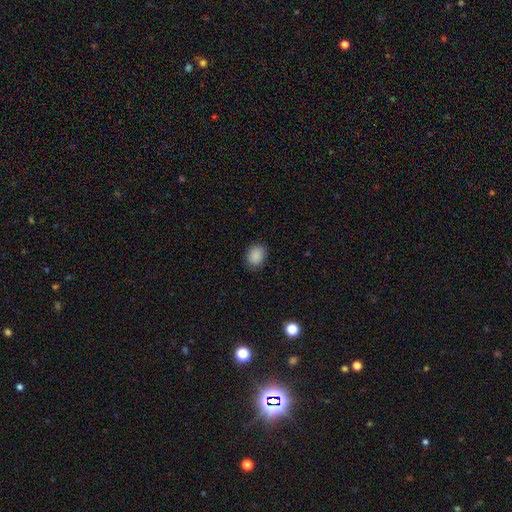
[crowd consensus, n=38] Q: Smooth or featured?
A: smooth (92%); runner-up: star or artifact (5%)
Q: How rounded?
A: round (49%); tied with: in between (49%)
Q: Merging?
A: none (78%); runner-up: minor disturbance (11%)